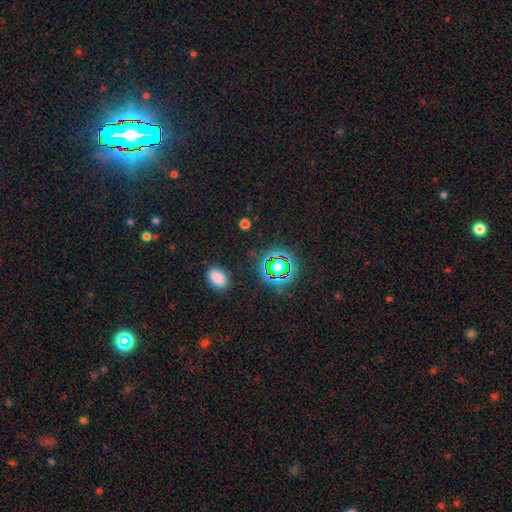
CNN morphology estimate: This appears to be a star or artifact, not a galaxy (73%).